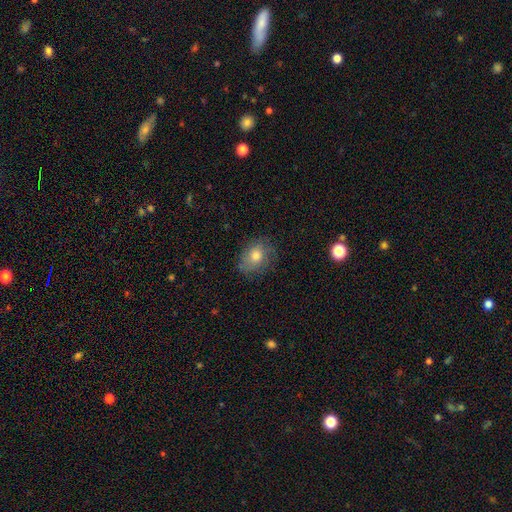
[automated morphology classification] Smooth or featured? Predicted: smooth (p=0.69). How rounded? Predicted: in between (p=0.55). Merging? Predicted: none (p=0.74).